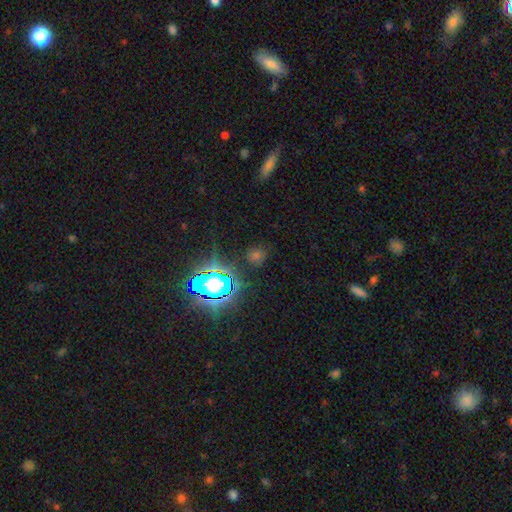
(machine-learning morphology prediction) type=star or artifact (50%).